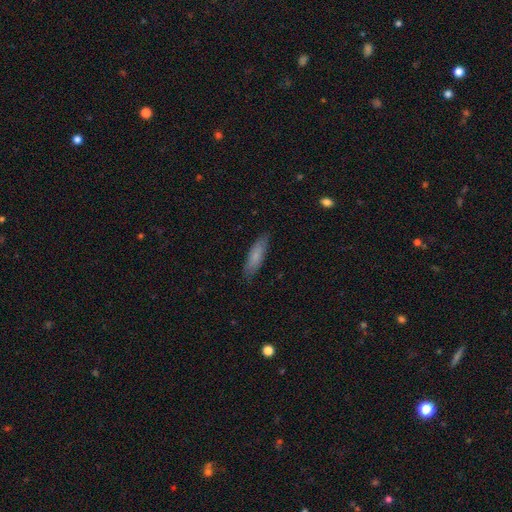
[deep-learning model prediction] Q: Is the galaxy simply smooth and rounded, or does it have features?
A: smooth — 77%.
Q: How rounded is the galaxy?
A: cigar-shaped — 63%.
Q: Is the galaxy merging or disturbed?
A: none — 84%.